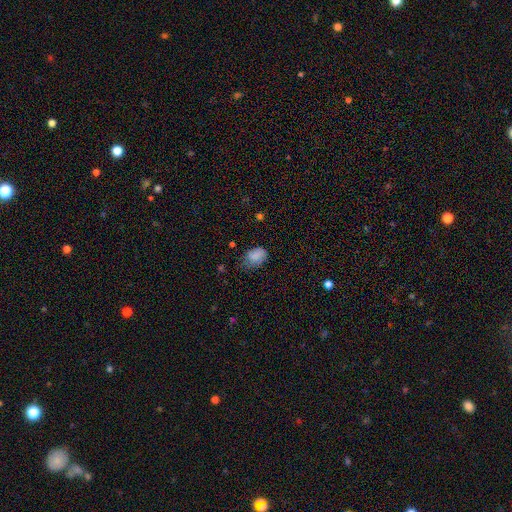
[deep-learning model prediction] Smooth or featured: smooth — 82% (star or artifact — 9%)
How rounded: in between — 80% (round — 18%)
Merging: none — 52% (minor disturbance — 35%)